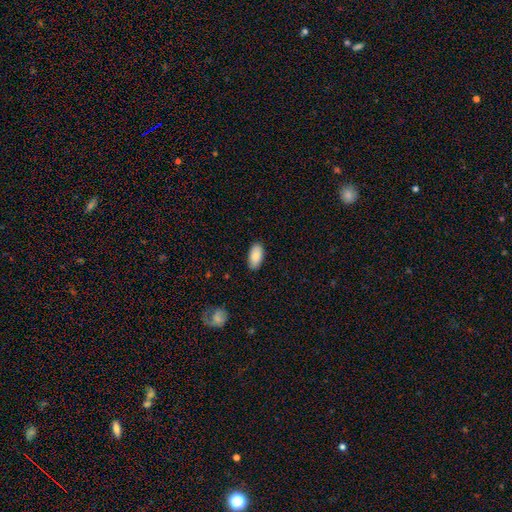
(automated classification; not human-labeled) Smooth or featured? Predicted: smooth (p=0.87). How rounded? Predicted: in between (p=0.94). Merging? Predicted: none (p=0.85).